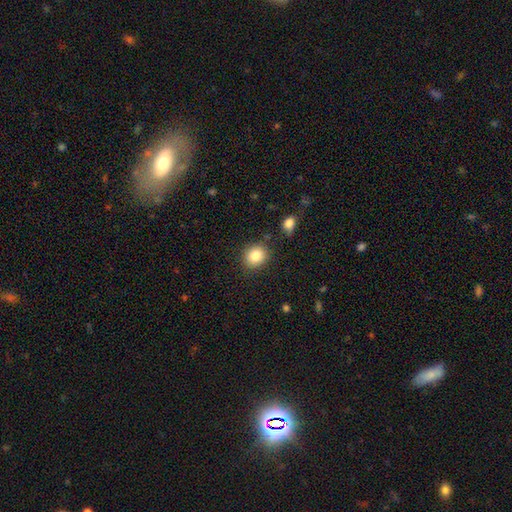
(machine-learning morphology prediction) smooth_or_featured: smooth (p=0.84) [alt: star or artifact p=0.09]
how_rounded: round (p=0.74) [alt: in between p=0.25]
merging: none (p=0.84) [alt: minor disturbance p=0.10]